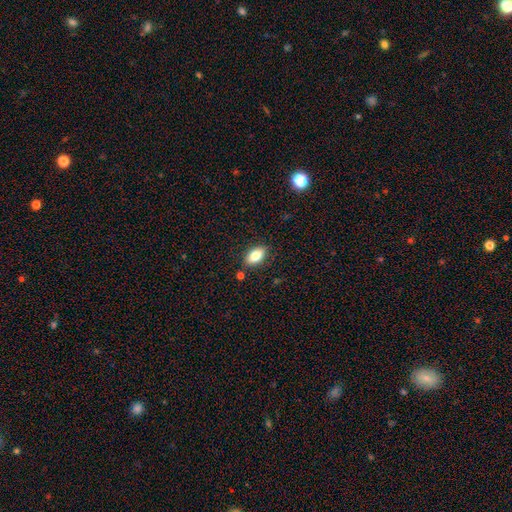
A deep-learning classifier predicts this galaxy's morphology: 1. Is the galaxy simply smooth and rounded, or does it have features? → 81% smooth, 11% featured or disk, 8% star or artifact.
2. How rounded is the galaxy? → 90% in between, 7% round, 4% cigar-shaped.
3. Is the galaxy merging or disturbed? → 85% none, 10% minor disturbance, 3% merger, 2% major disturbance.